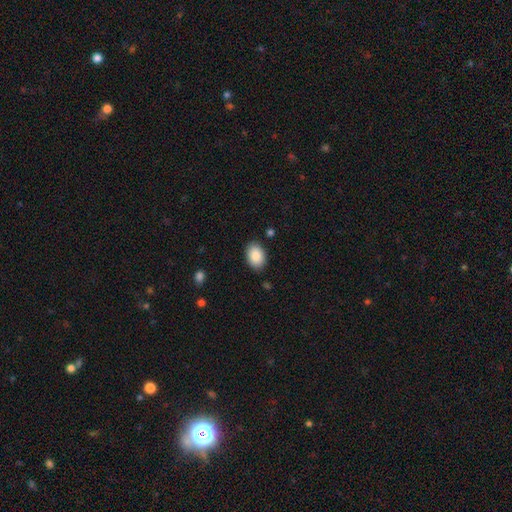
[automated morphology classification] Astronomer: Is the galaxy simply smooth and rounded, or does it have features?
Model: smooth — 89%.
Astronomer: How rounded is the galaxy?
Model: in between — 87%.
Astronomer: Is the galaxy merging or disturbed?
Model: none — 86%.